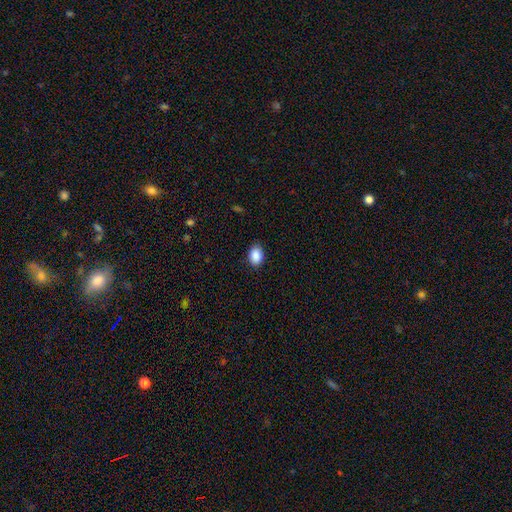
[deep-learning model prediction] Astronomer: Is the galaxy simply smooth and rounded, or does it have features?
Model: smooth — 89%.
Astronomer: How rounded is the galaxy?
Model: in between — 79%.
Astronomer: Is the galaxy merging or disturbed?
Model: none — 85%.